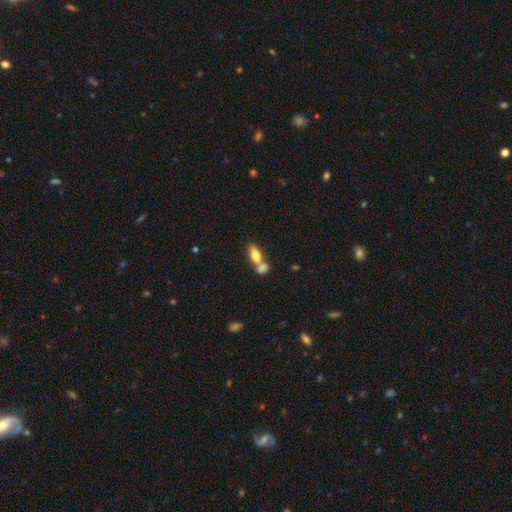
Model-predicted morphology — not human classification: A smooth galaxy with no disk features (72%) that is in between round and cigar-shaped (81%).

Vote fractions:
- Smooth or featured? smooth: 72% / featured or disk: 20% / star or artifact: 8%
- How rounded? in between: 81% / cigar-shaped: 13% / round: 5%
- Merging? merger: 56% / none: 32% / minor disturbance: 8% / major disturbance: 4%